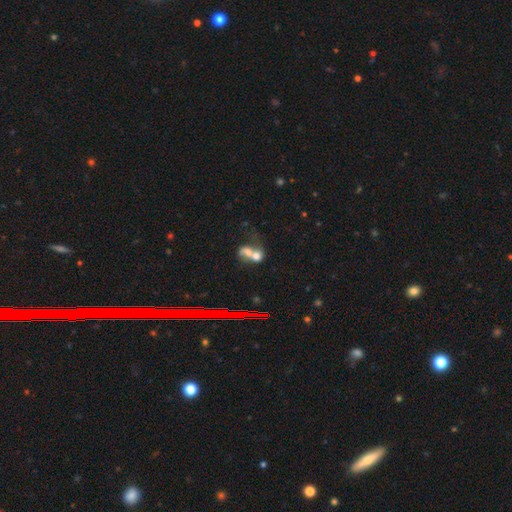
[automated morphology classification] type=smooth (52%); roundness=in between (49%, tied with round); merging=merger (78%).